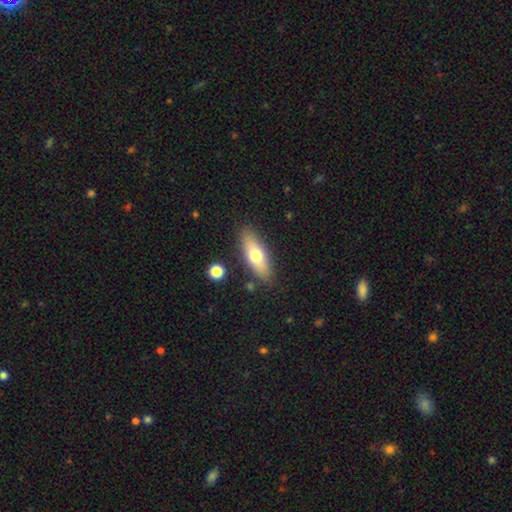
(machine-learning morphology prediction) smooth-or-featured: smooth: 64% | featured or disk: 30% | star or artifact: 7%
  how-rounded: in between: 61% | cigar-shaped: 36% | round: 3%
  merging: none: 85% | minor disturbance: 10% | major disturbance: 3% | merger: 2%